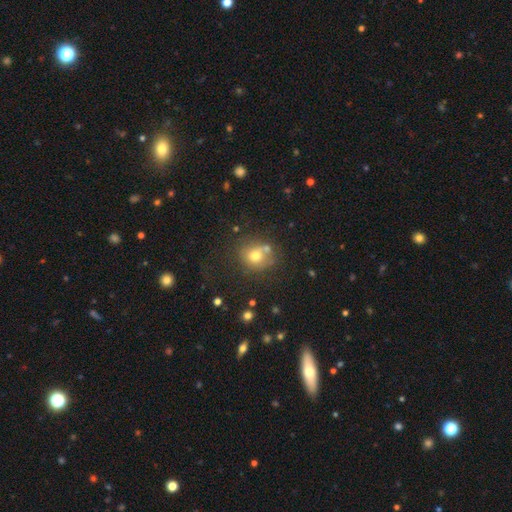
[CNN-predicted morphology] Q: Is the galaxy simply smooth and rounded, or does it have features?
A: smooth — 70%.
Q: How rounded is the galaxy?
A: round — 79%.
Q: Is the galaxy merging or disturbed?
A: none — 57%.